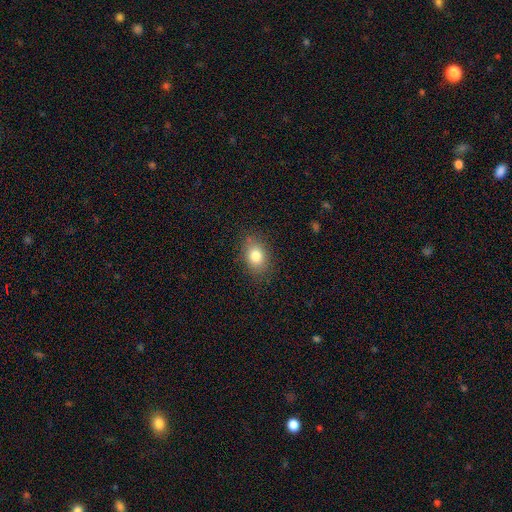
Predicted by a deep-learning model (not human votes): smooth_or_featured: smooth (p=0.80) [alt: star or artifact p=0.10]
how_rounded: in between (p=0.72) [alt: round p=0.27]
merging: none (p=0.83) [alt: minor disturbance p=0.13]